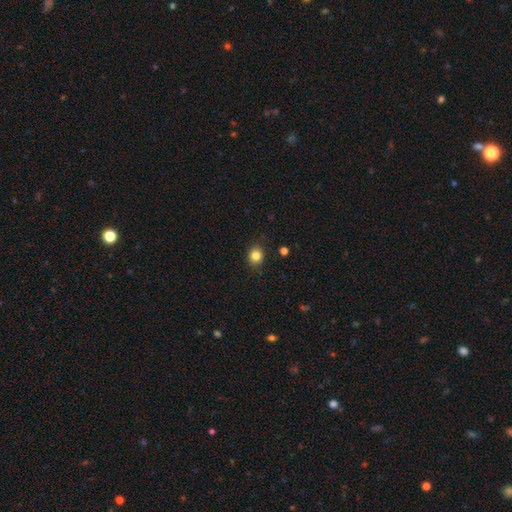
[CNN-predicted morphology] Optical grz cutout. It shows a smooth galaxy with no disk features (83%) that is round (77%). Merging: none (86%).